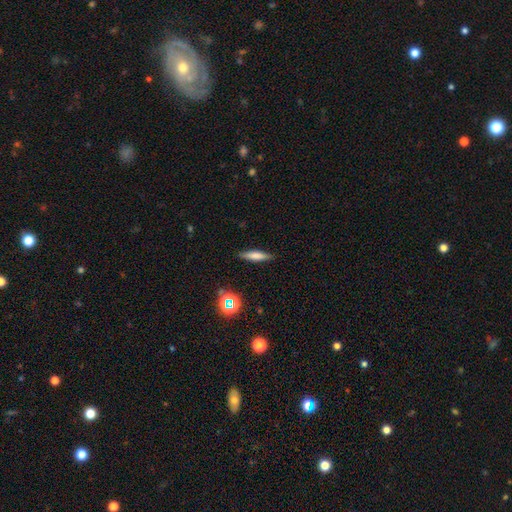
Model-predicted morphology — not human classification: A smooth galaxy with no disk features (68%) that is cigar-shaped (78%).

Vote fractions:
- Smooth or featured? smooth: 68% / featured or disk: 22% / star or artifact: 10%
- How rounded? cigar-shaped: 78% / in between: 20% / round: 2%
- Merging? none: 87% / minor disturbance: 9% / major disturbance: 2% / merger: 1%